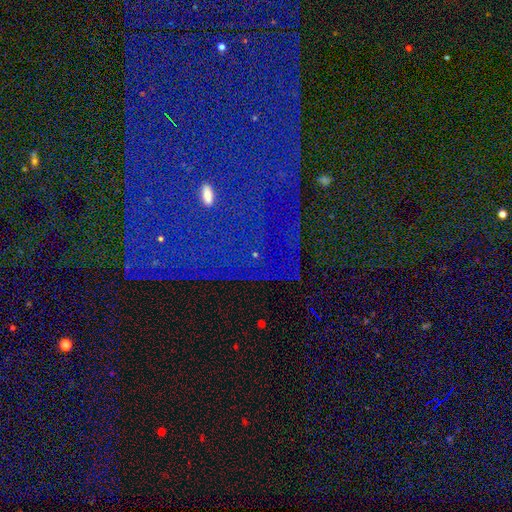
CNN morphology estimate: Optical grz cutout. It shows a star or artifact, not a galaxy (85%).